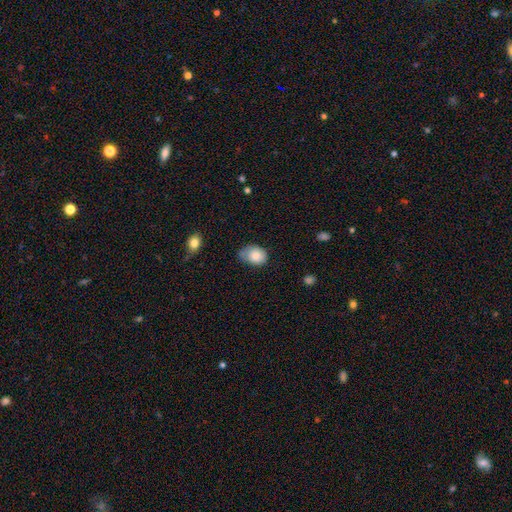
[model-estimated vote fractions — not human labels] This appears to be a smooth galaxy with no disk features (83%) that is in between round and cigar-shaped (64%). Merging: none (48%).